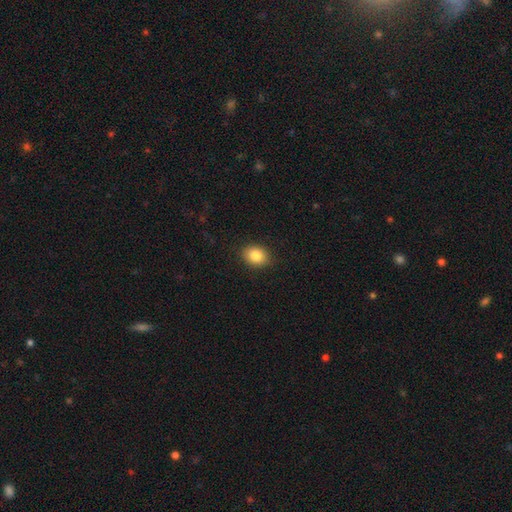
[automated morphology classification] Smooth or featured? smooth (84%)
How rounded? in between (54%)
Merging? none (89%)